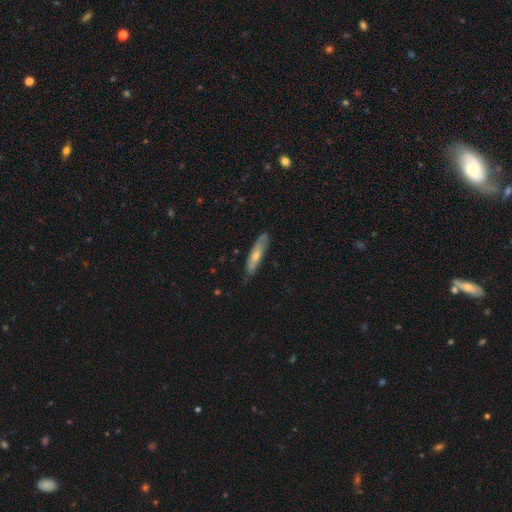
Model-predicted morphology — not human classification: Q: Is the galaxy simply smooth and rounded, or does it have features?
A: smooth — 54%.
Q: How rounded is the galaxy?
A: cigar-shaped — 76%.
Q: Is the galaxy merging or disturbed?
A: none — 74%.